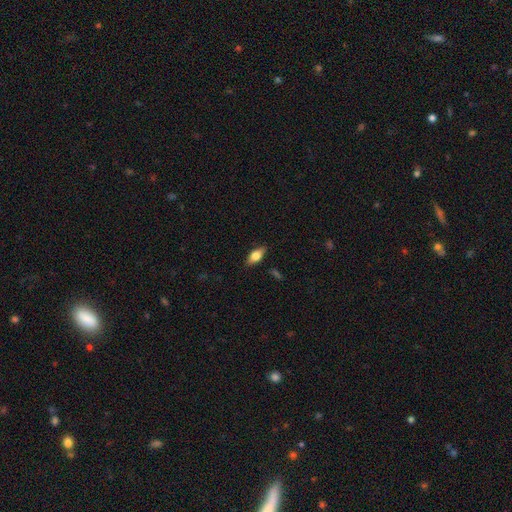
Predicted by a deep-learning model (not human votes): smooth_or_featured: smooth (p=0.71) [alt: featured or disk p=0.22]
how_rounded: in between (p=0.85) [alt: cigar-shaped p=0.10]
merging: none (p=0.84) [alt: minor disturbance p=0.12]